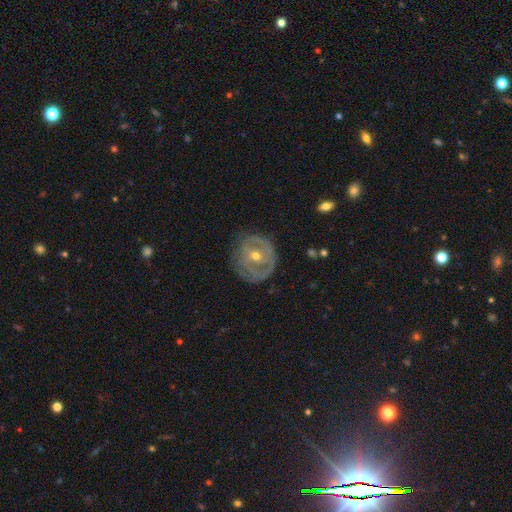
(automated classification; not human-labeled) Smooth or featured?
  - featured or disk: 74% *
  - smooth: 20%
  - star or artifact: 7%
Edge-on disk?
  - no: 96% *
  - yes: 4%
Bar?
  - no: 51% *
  - weak: 32%
  - strong: 17%
Spiral arms?
  - yes: 56% *
  - no: 44%
Bulge size?
  - moderate: 54% *
  - small: 43%
  - large: 1%
  - none: 1%
  - dominant: 1%
Merging?
  - none: 71% *
  - minor disturbance: 19%
  - major disturbance: 8%
  - merger: 1%